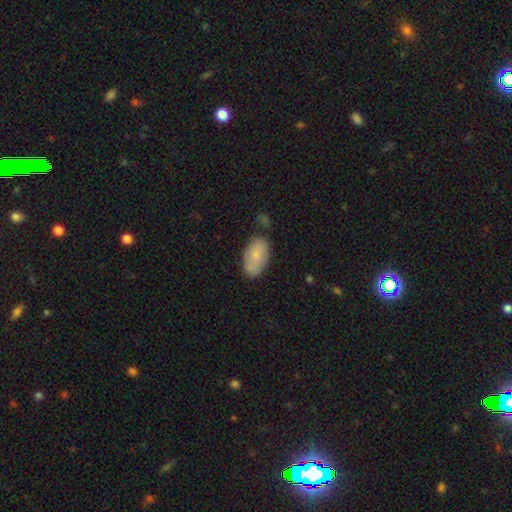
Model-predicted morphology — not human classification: Smooth or featured?
  - smooth: 79% *
  - featured or disk: 15%
  - star or artifact: 6%
How rounded?
  - in between: 94% *
  - round: 4%
  - cigar-shaped: 2%
Merging?
  - none: 70% *
  - minor disturbance: 20%
  - merger: 6%
  - major disturbance: 4%